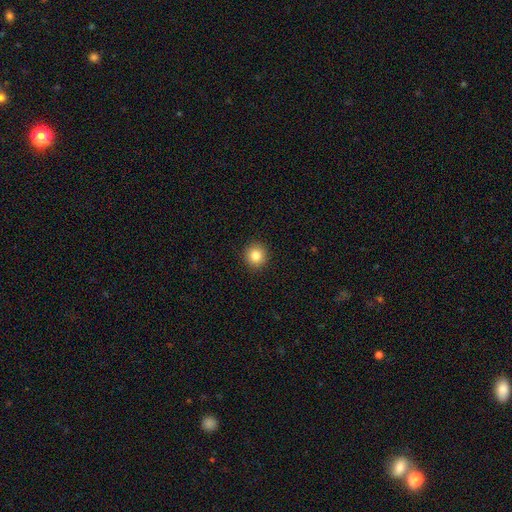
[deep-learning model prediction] smooth 83%, star or artifact 11%, featured or disk 6%. Down the decision tree: how rounded — round (93%); merging — none (93%).